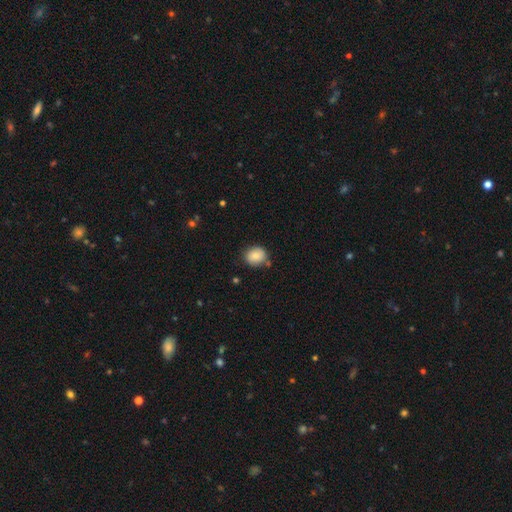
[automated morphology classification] A smooth galaxy with no disk features (85%) that is round (68%). Merging: none (78%).